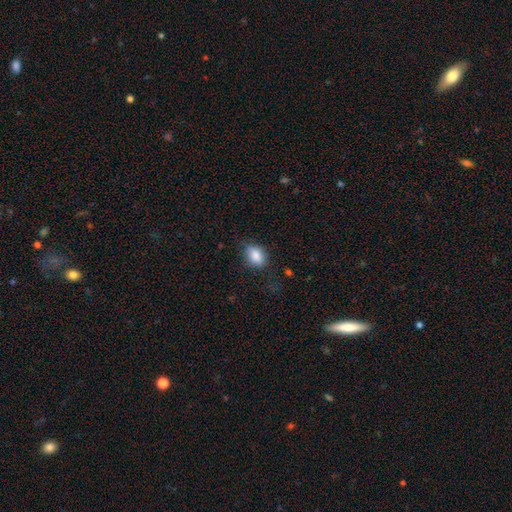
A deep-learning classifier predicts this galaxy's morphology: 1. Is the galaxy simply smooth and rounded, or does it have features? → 84% smooth, 8% star or artifact, 7% featured or disk.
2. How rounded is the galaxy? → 77% in between, 22% round, 2% cigar-shaped.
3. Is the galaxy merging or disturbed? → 70% none, 22% minor disturbance, 7% major disturbance, 1% merger.